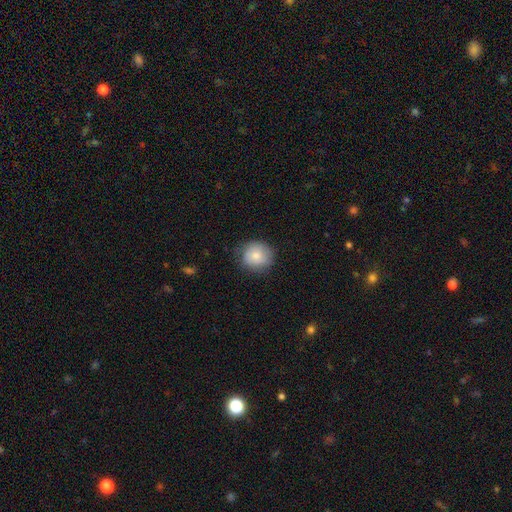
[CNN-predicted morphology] This is likely a smooth galaxy (79%). How rounded: clearly round (86%). Merging: likely none (74%).